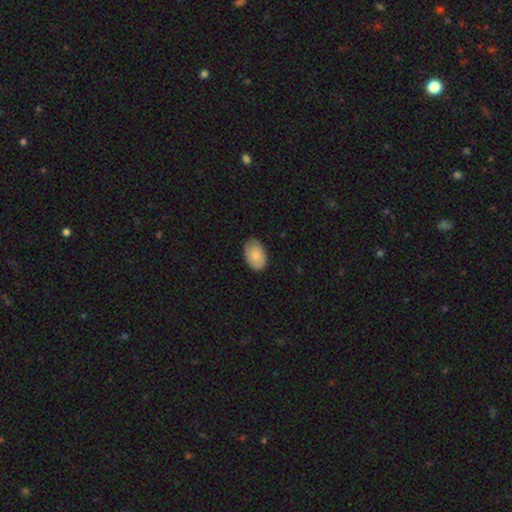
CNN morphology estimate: Smooth or featured?
  - smooth: 79% *
  - featured or disk: 14%
  - star or artifact: 6%
How rounded?
  - in between: 88% *
  - round: 11%
  - cigar-shaped: 1%
Merging?
  - none: 81% *
  - minor disturbance: 15%
  - major disturbance: 3%
  - merger: 1%